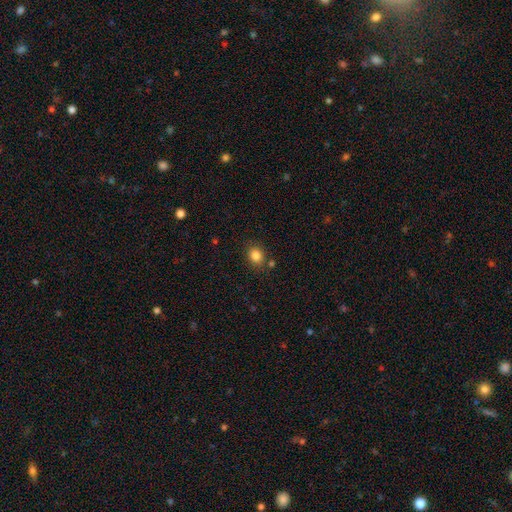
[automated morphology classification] Smooth or featured? smooth (84%)
How rounded? round (62%)
Merging? none (80%)